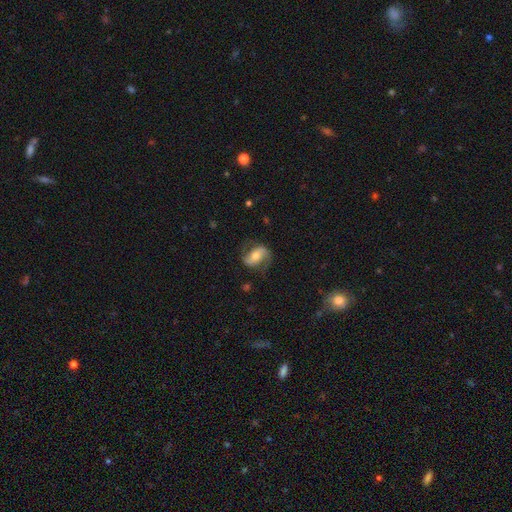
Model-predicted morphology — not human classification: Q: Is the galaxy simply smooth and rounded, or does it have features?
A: featured or disk — 65%.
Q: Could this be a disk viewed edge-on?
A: no — 95%.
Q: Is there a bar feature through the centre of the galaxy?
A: strong — 37%.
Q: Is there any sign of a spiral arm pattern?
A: yes — 86%.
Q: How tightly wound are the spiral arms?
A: loose — 44%.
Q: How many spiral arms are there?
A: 2 — 88%.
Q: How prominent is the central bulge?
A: moderate — 62%.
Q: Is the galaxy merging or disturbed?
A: none — 71%.